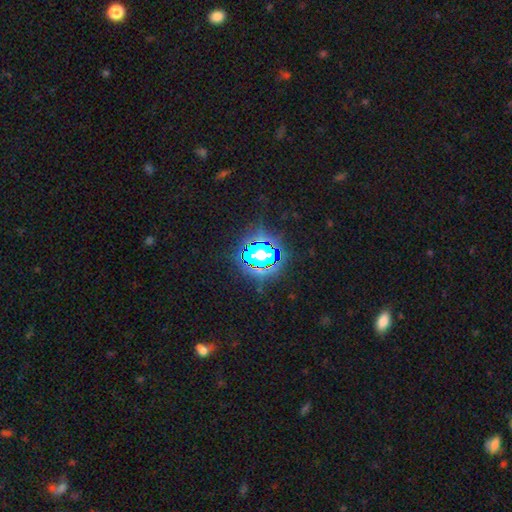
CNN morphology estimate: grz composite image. It shows a star or artifact, not a galaxy (68%).